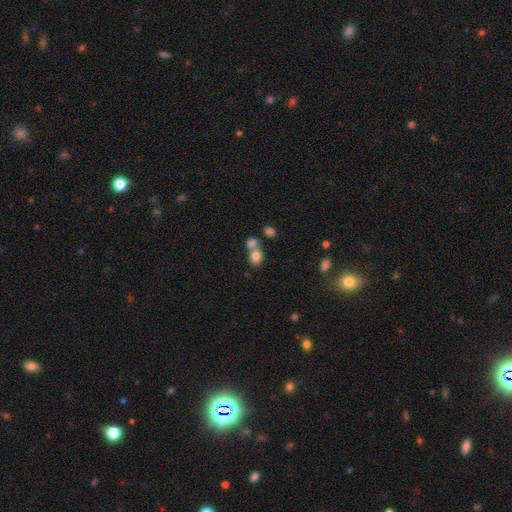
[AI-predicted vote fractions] smooth-or-featured: smooth: 80% | star or artifact: 10% | featured or disk: 10%
  how-rounded: in between: 52% | round: 47% | cigar-shaped: 1%
  merging: merger: 47% | none: 40% | minor disturbance: 9% | major disturbance: 4%